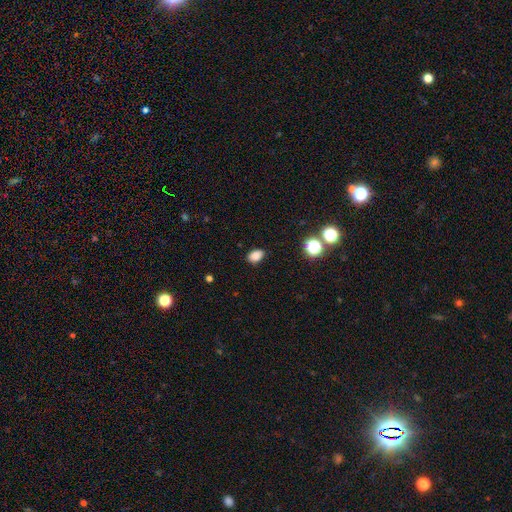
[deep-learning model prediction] Q: Smooth or featured?
A: smooth (84%); runner-up: star or artifact (12%)
Q: How rounded?
A: in between (81%); runner-up: round (17%)
Q: Merging?
A: none (84%); runner-up: minor disturbance (12%)